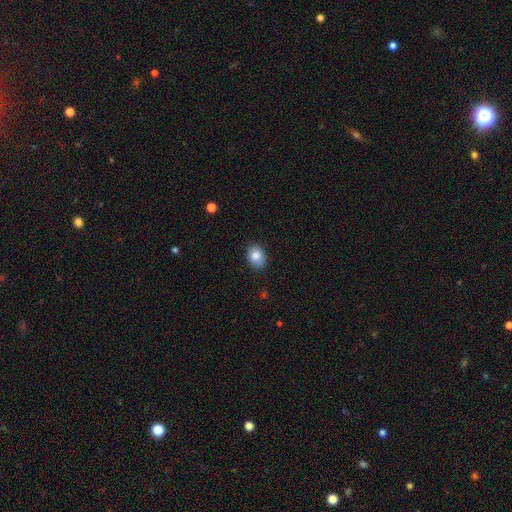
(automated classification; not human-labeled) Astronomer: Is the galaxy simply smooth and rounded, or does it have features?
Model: smooth — 85%.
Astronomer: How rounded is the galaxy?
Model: in between — 64%.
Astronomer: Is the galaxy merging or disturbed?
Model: none — 84%.